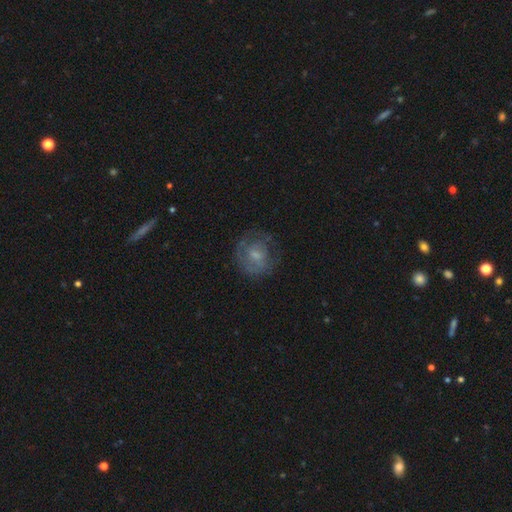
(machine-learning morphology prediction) Smooth or featured?
  - featured or disk: 50% *
  - smooth: 40%
  - star or artifact: 9%
Edge-on disk?
  - no: 97% *
  - yes: 3%
Merging?
  - none: 66% *
  - minor disturbance: 20%
  - major disturbance: 13%
  - merger: 1%